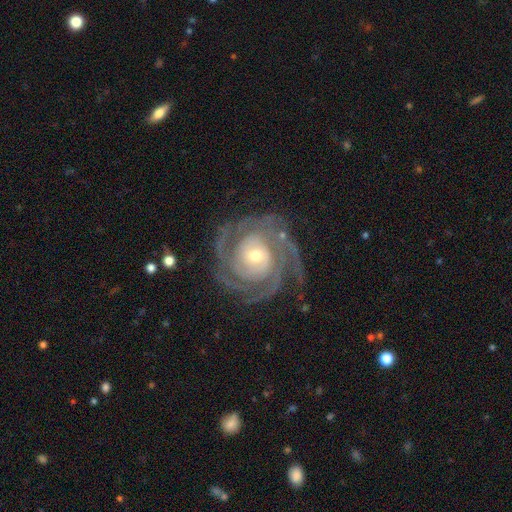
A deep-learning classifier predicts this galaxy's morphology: Smooth or featured?
  - featured or disk: 91% *
  - star or artifact: 5%
  - smooth: 4%
Edge-on disk?
  - no: 98% *
  - yes: 2%
Bar?
  - no: 69% *
  - weak: 22%
  - strong: 9%
Spiral arms?
  - yes: 98% *
  - no: 2%
Spiral winding?
  - tight: 74% *
  - medium: 23%
  - loose: 4%
Spiral arm count?
  - 3: 32% *
  - 4: 20%
  - 2: 16%
  - can't tell: 16%
  - more than 4: 9%
  - 1: 7%
Bulge size?
  - moderate: 49% *
  - small: 44%
  - large: 4%
  - none: 1%
  - dominant: 1%
Merging?
  - none: 78% *
  - minor disturbance: 14%
  - major disturbance: 7%
  - merger: 1%